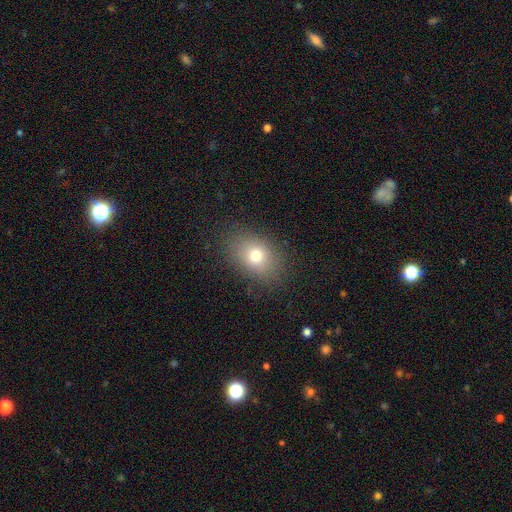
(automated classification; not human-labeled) A smooth galaxy with no disk features (72%) that is in between round and cigar-shaped (71%). Merging: none (86%).